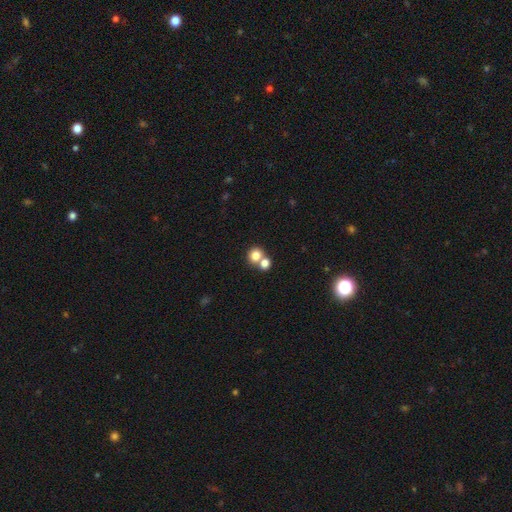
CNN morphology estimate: Smooth or featured? Predicted: smooth (p=0.79). How rounded? Predicted: round (p=0.77). Merging? Predicted: merger (p=0.48).